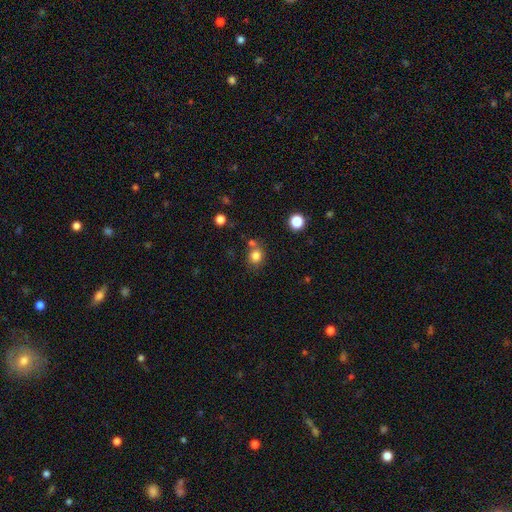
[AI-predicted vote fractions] This appears to be a smooth galaxy with no disk features (82%) that is round (79%). Merging: none (67%).